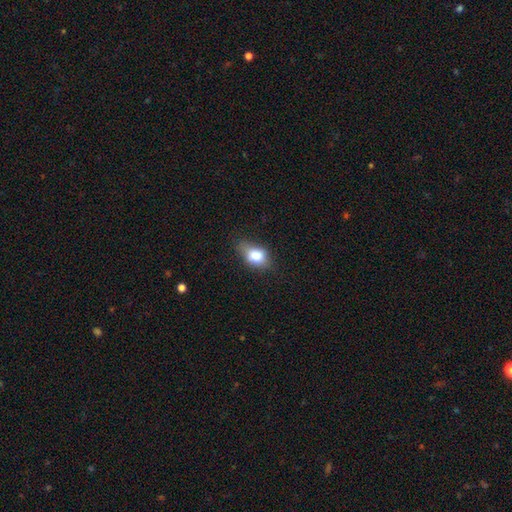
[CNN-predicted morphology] Q: Smooth or featured?
A: smooth (78%); runner-up: featured or disk (13%)
Q: How rounded?
A: in between (74%); runner-up: round (24%)
Q: Merging?
A: none (50%); runner-up: minor disturbance (36%)